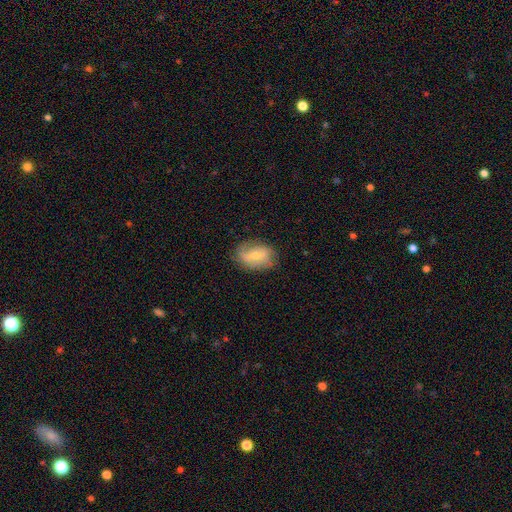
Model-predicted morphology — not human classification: Smooth or featured?
  - featured or disk: 52% *
  - smooth: 40%
  - star or artifact: 8%
Edge-on disk?
  - no: 95% *
  - yes: 5%
Merging?
  - none: 72% *
  - minor disturbance: 21%
  - major disturbance: 7%
  - merger: 1%